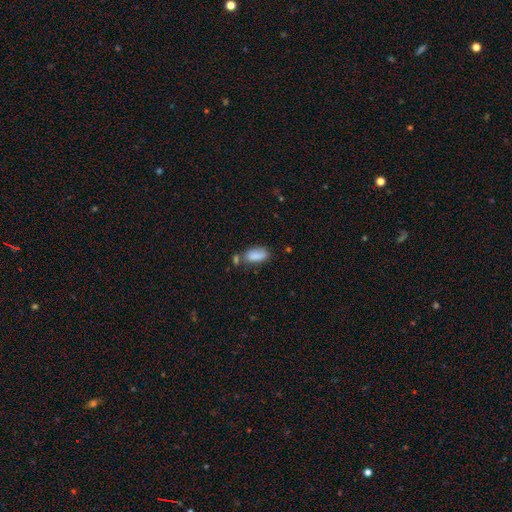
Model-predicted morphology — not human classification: The model was most divided on "merging": none: 50%, merger: 22%, minor disturbance: 21%, major disturbance: 7%. More confident: how rounded — in between (88%); smooth or featured — smooth (84%).